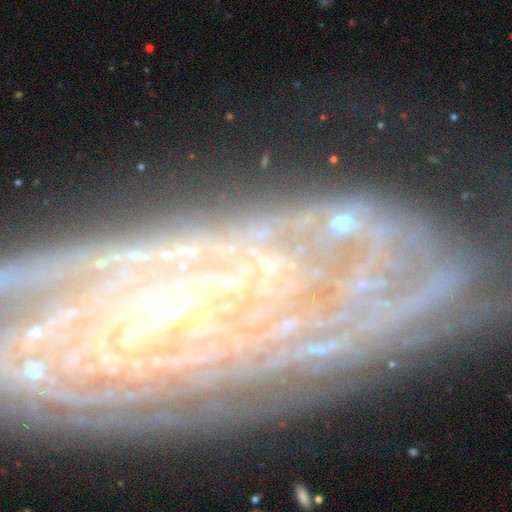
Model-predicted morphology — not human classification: A featured or disk galaxy (80%) with no bar (59%), tight (75%) spiral arms (89%) and a small central bulge (68%).

Vote fractions:
- Smooth or featured? featured or disk: 80% / star or artifact: 11% / smooth: 9%
- Edge-on disk? no: 91% / yes: 9%
- Bar? no: 59% / weak: 28% / strong: 13%
- Spiral arms? yes: 89% / no: 11%
- Spiral winding? tight: 75% / medium: 19% / loose: 7%
- Spiral arm count? can't tell: 42% / 2: 16% / 3: 12% / more than 4: 12% / 4: 10% / 1: 8%
- Bulge size? small: 68% / moderate: 24% / none: 4% / large: 3% / dominant: 2%
- Merging? none: 69% / minor disturbance: 18% / major disturbance: 10% / merger: 3%